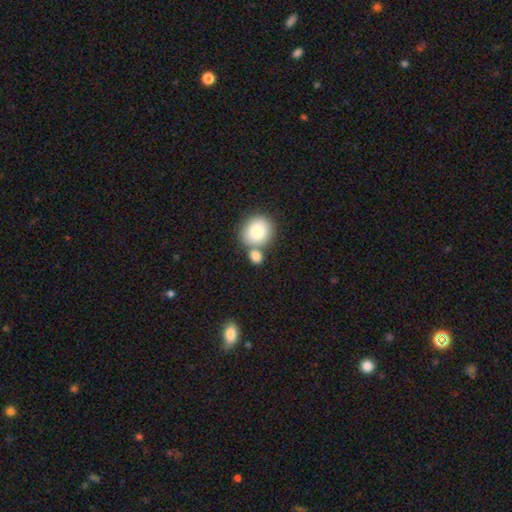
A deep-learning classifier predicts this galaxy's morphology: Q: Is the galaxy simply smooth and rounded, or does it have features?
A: smooth — 85%.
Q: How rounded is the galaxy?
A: round — 69%.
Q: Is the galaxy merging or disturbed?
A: none — 51%.